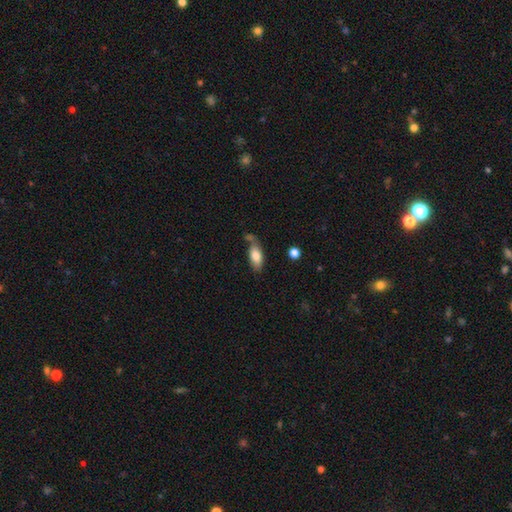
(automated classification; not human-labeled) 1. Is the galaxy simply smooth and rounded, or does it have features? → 79% smooth, 14% featured or disk, 7% star or artifact.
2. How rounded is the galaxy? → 87% in between, 10% cigar-shaped, 3% round.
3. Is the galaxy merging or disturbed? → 53% none, 23% minor disturbance, 16% merger, 8% major disturbance.